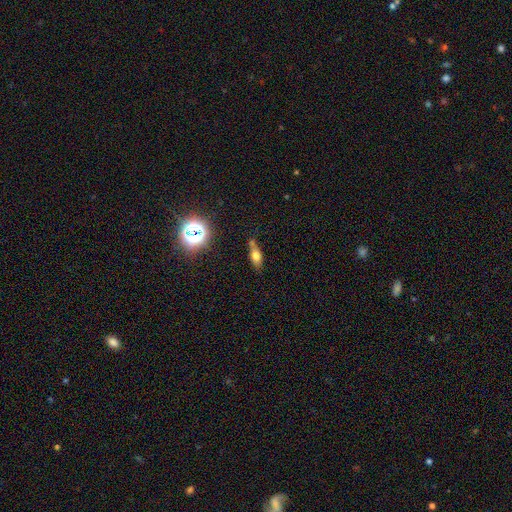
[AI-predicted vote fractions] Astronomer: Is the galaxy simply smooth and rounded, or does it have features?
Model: smooth — 63%.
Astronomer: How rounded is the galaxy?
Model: in between — 68%.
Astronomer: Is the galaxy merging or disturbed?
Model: none — 56%.